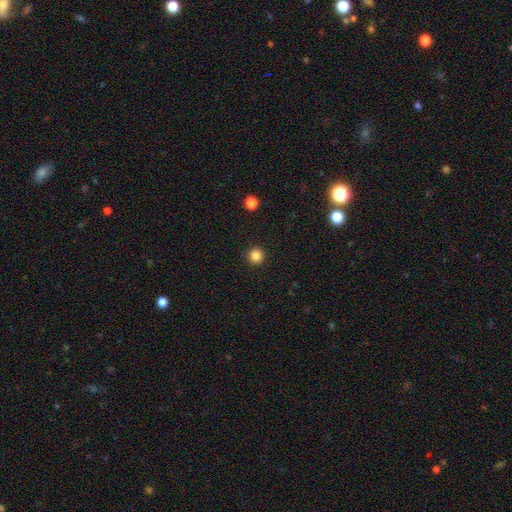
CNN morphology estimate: smooth-or-featured: smooth: 84% | star or artifact: 12% | featured or disk: 4%
  how-rounded: round: 96% | in between: 3% | cigar-shaped: 1%
  merging: none: 93% | minor disturbance: 4% | major disturbance: 2% | merger: 1%